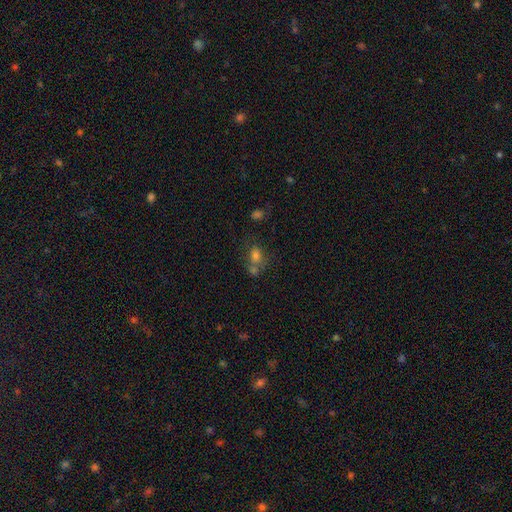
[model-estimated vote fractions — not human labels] A smooth galaxy with no disk features (68%) that is in between round and cigar-shaped (64%). Merging: merger (41%).